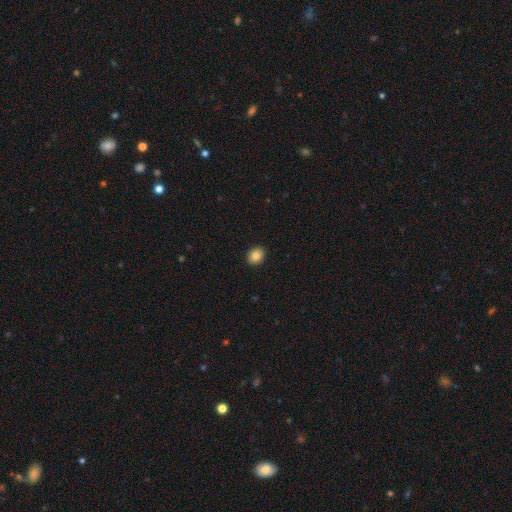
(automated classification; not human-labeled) smooth_or_featured: smooth (p=0.84) [alt: star or artifact p=0.10]
how_rounded: round (p=0.61) [alt: in between p=0.38]
merging: none (p=0.91) [alt: minor disturbance p=0.06]